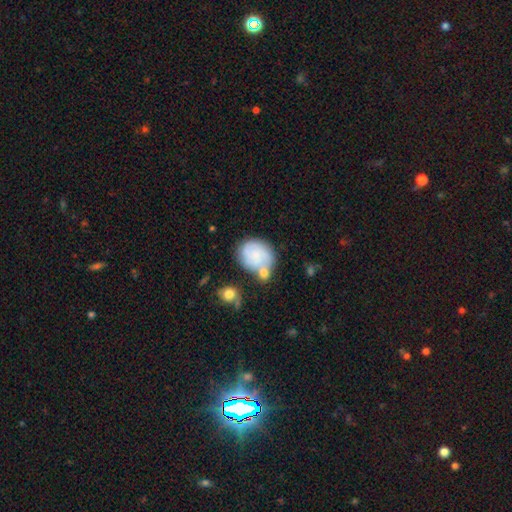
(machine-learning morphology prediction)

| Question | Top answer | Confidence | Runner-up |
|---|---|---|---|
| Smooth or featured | smooth | 51% | featured or disk (41%) |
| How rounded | round | 63% | in between (36%) |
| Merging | none | 50% | merger (22%) |